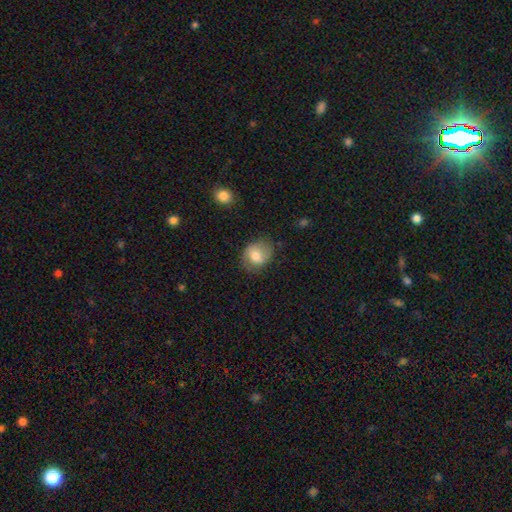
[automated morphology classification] A smooth galaxy with no disk features (67%) that is round (57%). Merging: none (66%).